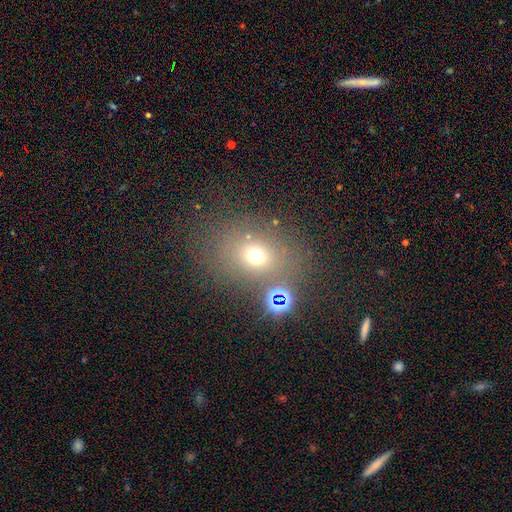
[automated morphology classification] Smooth or featured: smooth — 65% (star or artifact — 23%)
How rounded: round — 55% (in between — 44%)
Merging: none — 71% (minor disturbance — 13%)